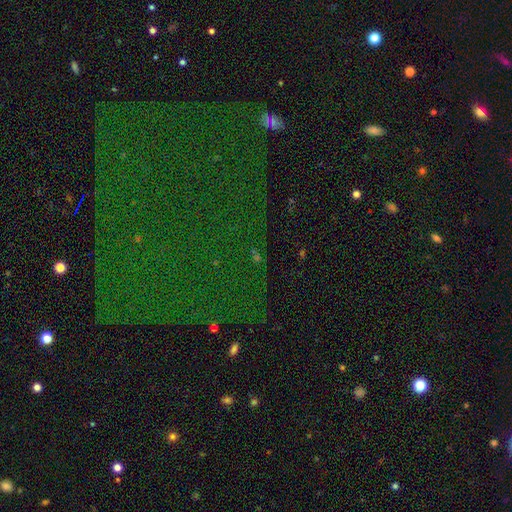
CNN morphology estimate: This is clearly a star or artifact rather than a galaxy (82%).